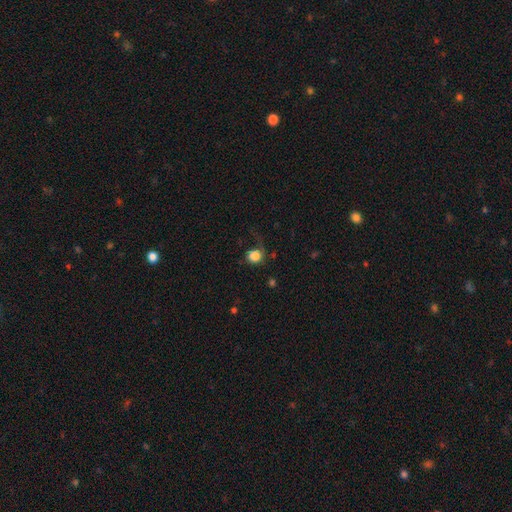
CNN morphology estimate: Smooth or featured: smooth — 81% (featured or disk — 10%)
How rounded: round — 83% (in between — 16%)
Merging: none — 47% (major disturbance — 29%)